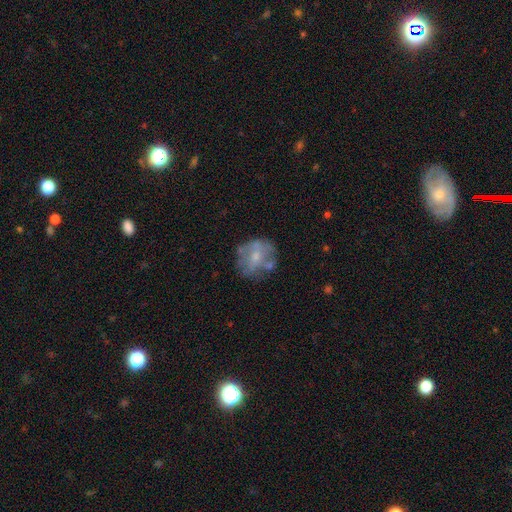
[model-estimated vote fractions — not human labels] Q: Smooth or featured?
A: featured or disk (51%); runner-up: smooth (39%)
Q: Edge-on disk?
A: no (97%); runner-up: yes (3%)
Q: Merging?
A: none (56%); runner-up: minor disturbance (22%)